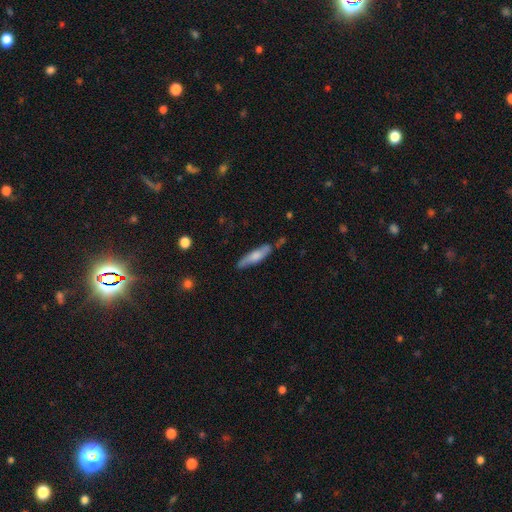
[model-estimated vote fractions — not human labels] Smooth or featured?
  - smooth: 61% *
  - featured or disk: 33%
  - star or artifact: 6%
How rounded?
  - cigar-shaped: 76% *
  - in between: 22%
  - round: 2%
Merging?
  - none: 74% *
  - minor disturbance: 18%
  - merger: 5%
  - major disturbance: 4%